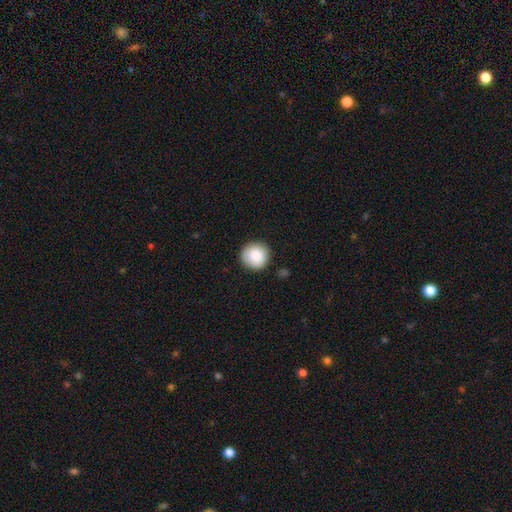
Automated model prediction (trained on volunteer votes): Q: Smooth or featured?
A: smooth (87%); runner-up: star or artifact (7%)
Q: How rounded?
A: round (93%); runner-up: in between (6%)
Q: Merging?
A: none (88%); runner-up: minor disturbance (8%)